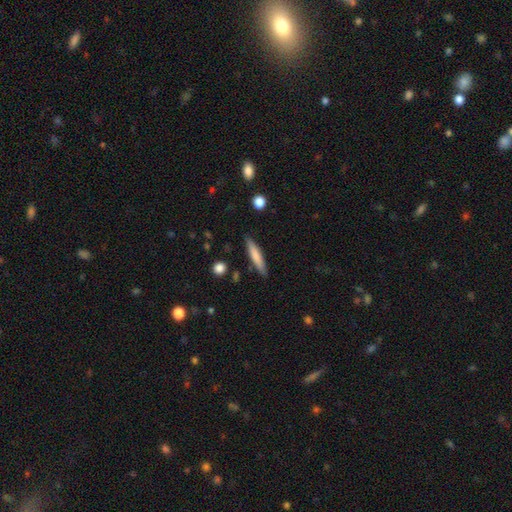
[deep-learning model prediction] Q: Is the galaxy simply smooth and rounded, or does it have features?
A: smooth — 72%.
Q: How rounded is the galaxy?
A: cigar-shaped — 89%.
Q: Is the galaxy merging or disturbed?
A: none — 87%.